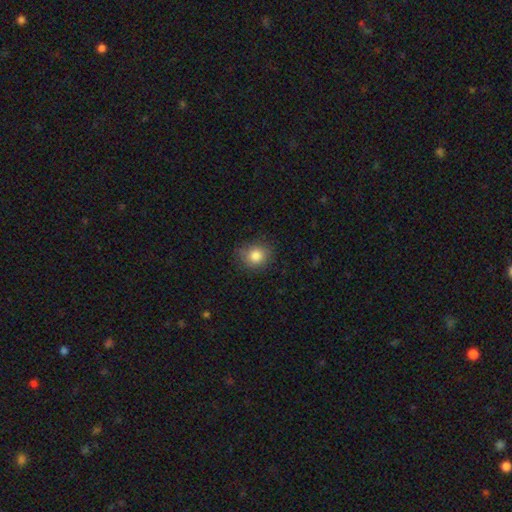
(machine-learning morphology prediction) A smooth galaxy with no disk features (83%) that is round (77%). Merging: none (78%).